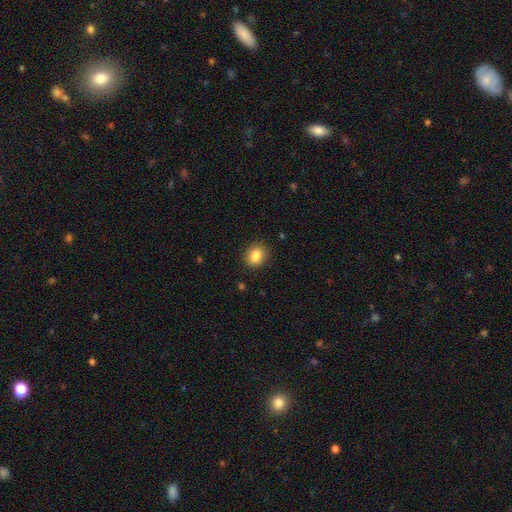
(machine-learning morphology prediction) This appears to be a smooth galaxy with no disk features (85%) that is round (58%). Merging: none (88%).